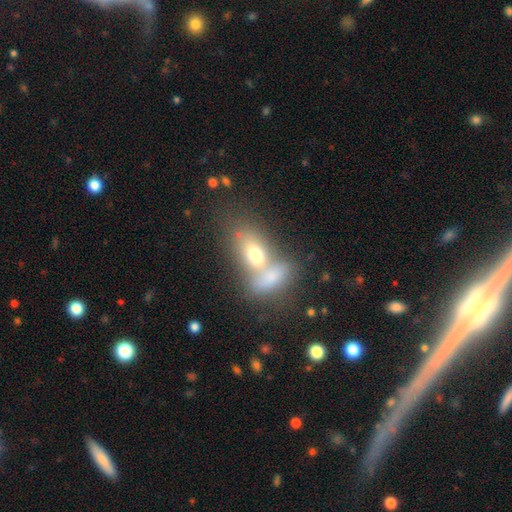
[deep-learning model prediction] A smooth galaxy with no disk features (65%) that is in between round and cigar-shaped (75%). Merging: merger (62%).